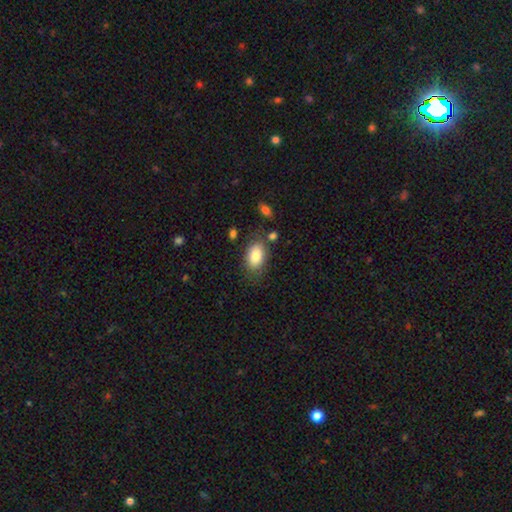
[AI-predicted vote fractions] Smooth or featured? Predicted: smooth (p=0.83). How rounded? Predicted: in between (p=0.91). Merging? Predicted: none (p=0.73).